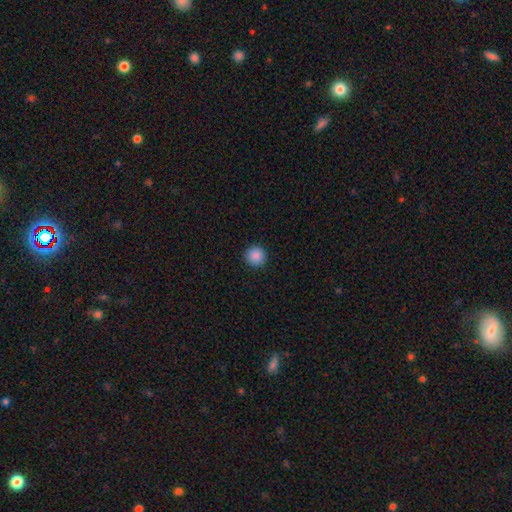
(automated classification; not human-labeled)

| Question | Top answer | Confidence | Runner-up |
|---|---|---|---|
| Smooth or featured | smooth | 88% | star or artifact (9%) |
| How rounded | round | 95% | in between (4%) |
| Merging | none | 93% | minor disturbance (5%) |